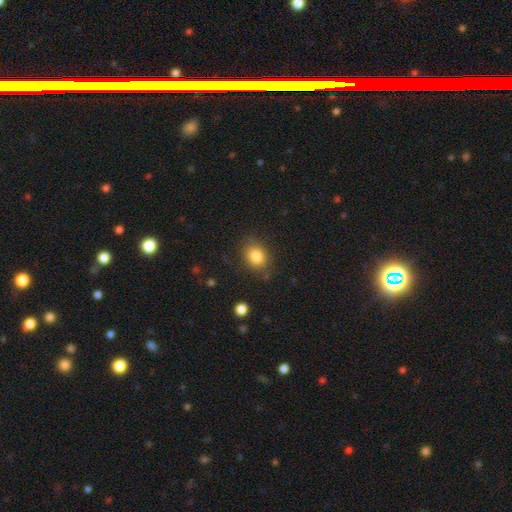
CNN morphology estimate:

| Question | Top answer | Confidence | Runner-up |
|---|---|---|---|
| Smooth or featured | smooth | 82% | star or artifact (10%) |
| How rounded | round | 50% | in between (49%) |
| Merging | none | 81% | minor disturbance (13%) |